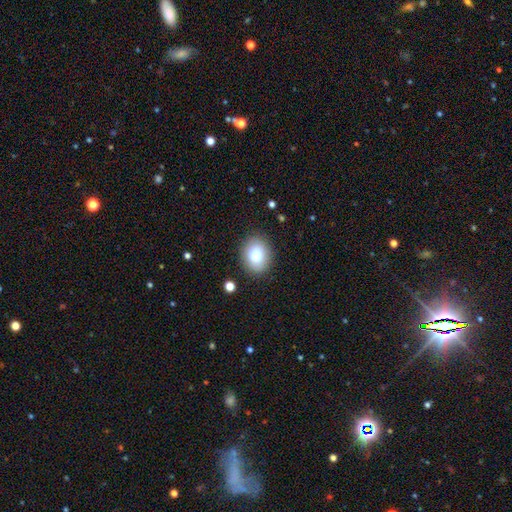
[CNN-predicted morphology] Smooth or featured: smooth — 78% (featured or disk — 12%)
How rounded: round — 53% (in between — 46%)
Merging: none — 88% (minor disturbance — 8%)